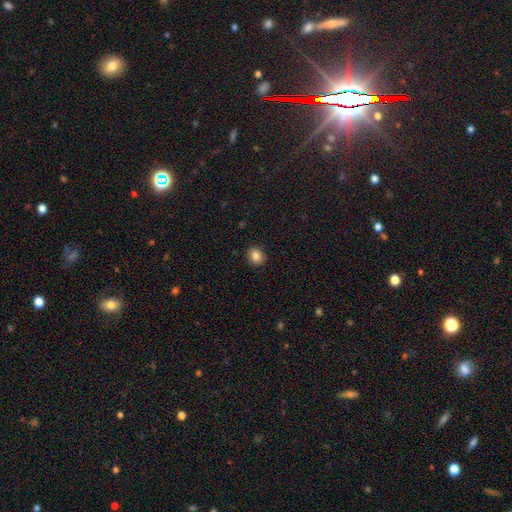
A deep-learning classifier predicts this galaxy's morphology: Smooth or featured?
  - smooth: 85% *
  - star or artifact: 10%
  - featured or disk: 5%
How rounded?
  - round: 58% *
  - in between: 41%
  - cigar-shaped: 1%
Merging?
  - none: 90% *
  - minor disturbance: 7%
  - major disturbance: 2%
  - merger: 1%